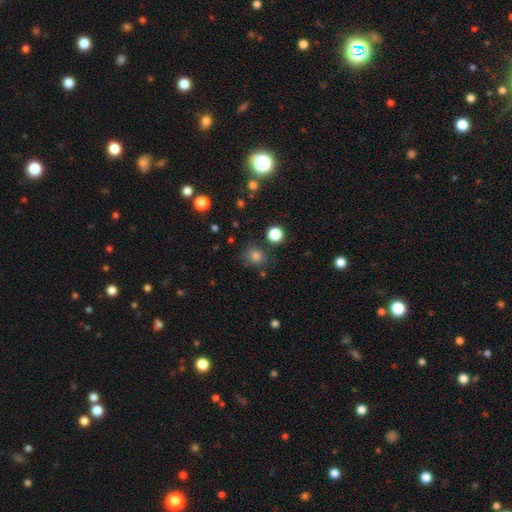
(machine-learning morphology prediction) Smooth or featured? smooth (80%)
How rounded? round (77%)
Merging? none (81%)